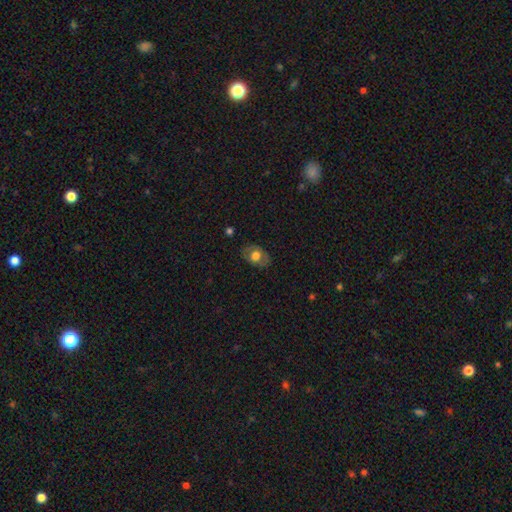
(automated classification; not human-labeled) Overall: smooth (60%; featured or disk 32%). How rounded: in between (76%). Merging: none (79%).